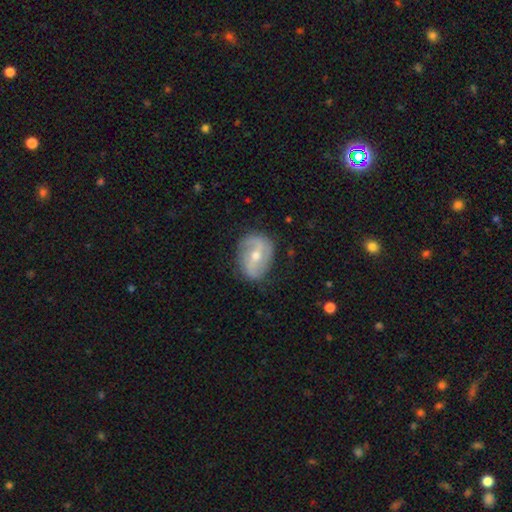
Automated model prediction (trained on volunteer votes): A featured or disk galaxy (76%) with a weak bar (40%), 2 (85%) loose (46%) spiral arms (87%) and a moderate central bulge (55%).

Vote fractions:
- Smooth or featured? featured or disk: 76% / smooth: 17% / star or artifact: 7%
- Edge-on disk? no: 96% / yes: 4%
- Bar? weak: 40% / strong: 31% / no: 29%
- Spiral arms? yes: 87% / no: 13%
- Spiral winding? loose: 46% / medium: 35% / tight: 19%
- Spiral arm count? 2: 85% / can't tell: 8% / 1: 3% / 3: 2% / 4: 1% / more than 4: 1%
- Bulge size? moderate: 55% / small: 42% / large: 1% / none: 1% / dominant: 1%
- Merging? none: 76% / minor disturbance: 18% / major disturbance: 5% / merger: 1%